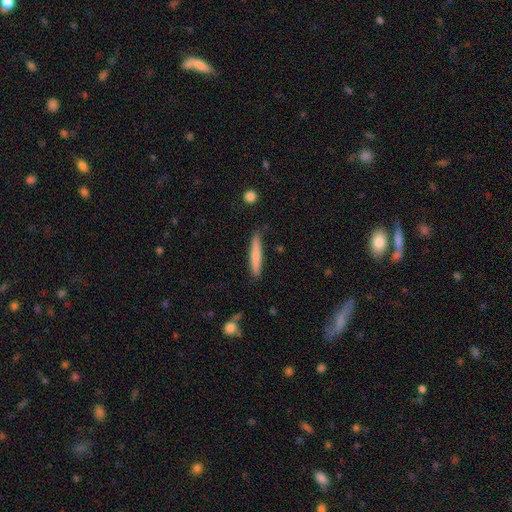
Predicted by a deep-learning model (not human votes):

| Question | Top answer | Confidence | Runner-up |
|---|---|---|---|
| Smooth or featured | smooth | 72% | featured or disk (22%) |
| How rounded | cigar-shaped | 94% | in between (5%) |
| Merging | none | 83% | minor disturbance (14%) |